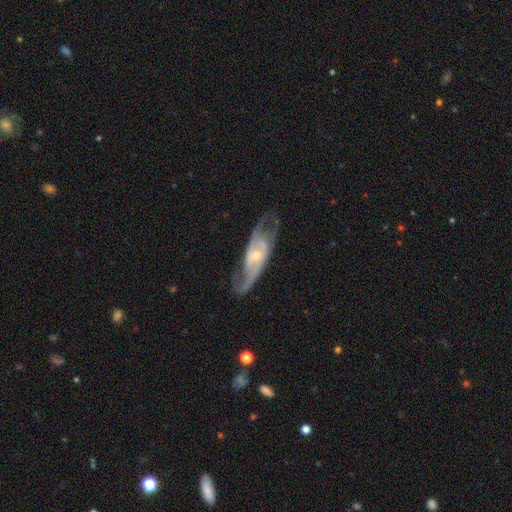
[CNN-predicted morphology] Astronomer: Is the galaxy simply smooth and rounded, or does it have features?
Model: featured or disk — 84%.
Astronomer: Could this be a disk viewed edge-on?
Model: no — 86%.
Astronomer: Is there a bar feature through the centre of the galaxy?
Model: no — 54% (runner-up: weak, 33%).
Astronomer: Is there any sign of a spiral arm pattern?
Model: yes — 92%.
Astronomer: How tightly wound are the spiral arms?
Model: medium — 46% (runner-up: loose, 31%).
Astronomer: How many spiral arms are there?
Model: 2 — 78%.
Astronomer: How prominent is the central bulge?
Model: small — 59% (runner-up: moderate, 36%).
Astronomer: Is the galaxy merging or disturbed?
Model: none — 67%.